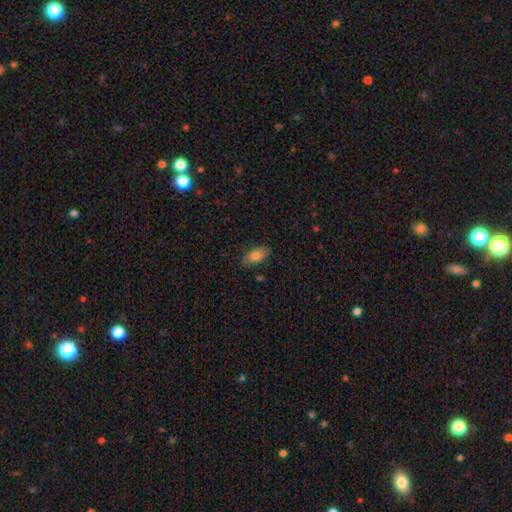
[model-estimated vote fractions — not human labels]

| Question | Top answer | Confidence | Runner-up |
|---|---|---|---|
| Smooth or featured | smooth | 79% | featured or disk (13%) |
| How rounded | in between | 88% | cigar-shaped (9%) |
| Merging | none | 80% | minor disturbance (16%) |